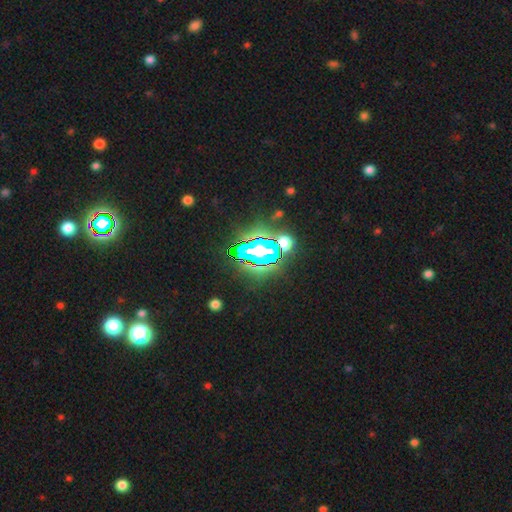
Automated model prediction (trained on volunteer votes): A star or artifact, not a galaxy (84%).

Vote fractions:
- Smooth or featured? star or artifact: 84% / smooth: 9% / featured or disk: 7%